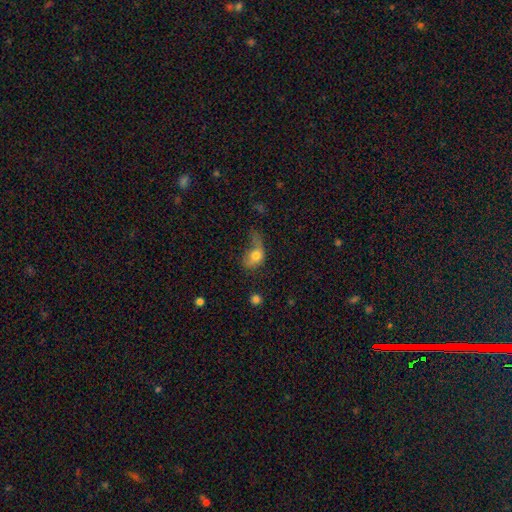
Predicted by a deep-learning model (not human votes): Morphology: type=smooth (69%); roundness=in between (70%); merging=major disturbance (53%).